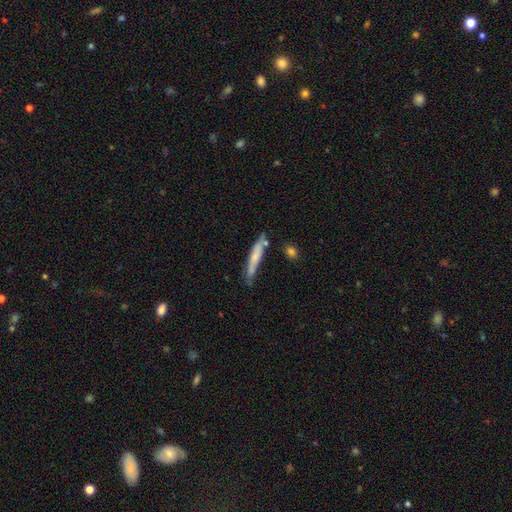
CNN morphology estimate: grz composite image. It shows a smooth galaxy with no disk features (56%) that is cigar-shaped (90%). Merging: none (63%).